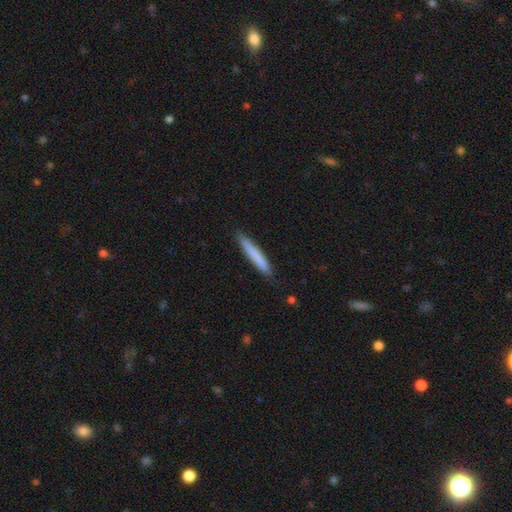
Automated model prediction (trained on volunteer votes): Smooth or featured? smooth (78%)
How rounded? cigar-shaped (95%)
Merging? none (89%)